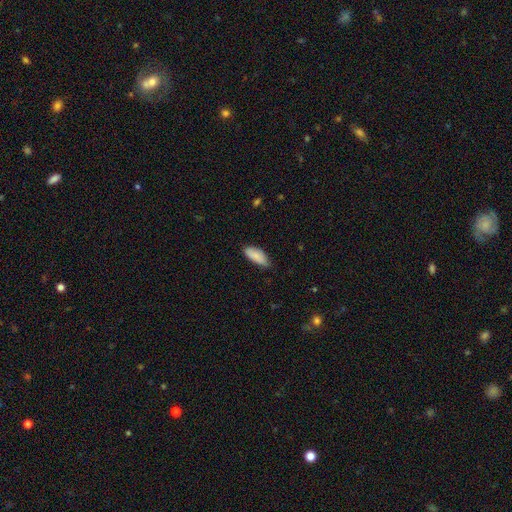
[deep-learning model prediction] A smooth galaxy with no disk features (85%) that is in between round and cigar-shaped (81%). Merging: none (68%).